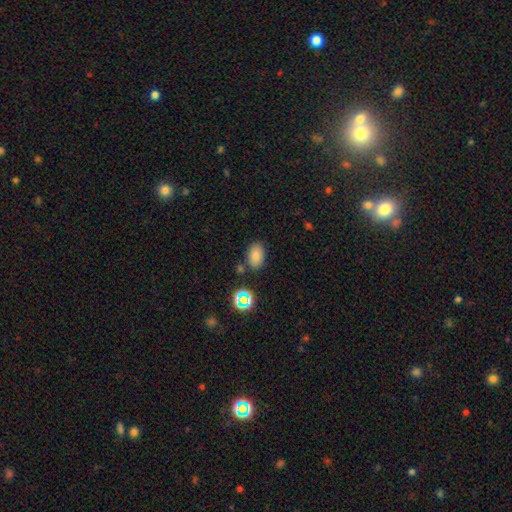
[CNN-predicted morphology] smooth_or_featured: smooth (p=0.78) [alt: star or artifact p=0.15]
how_rounded: in between (p=0.87) [alt: round p=0.12]
merging: none (p=0.78) [alt: minor disturbance p=0.12]